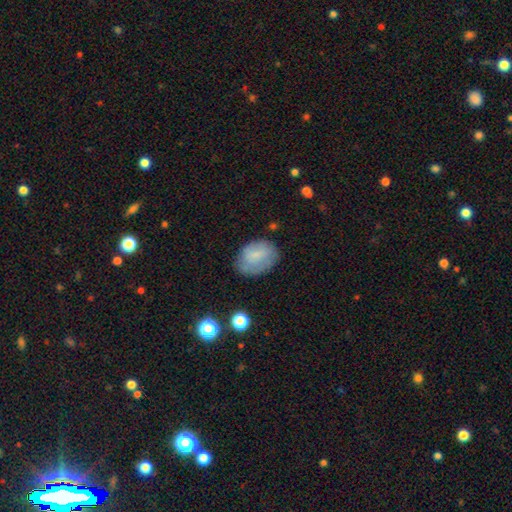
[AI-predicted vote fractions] This appears to be a smooth galaxy with no disk features (70%) that is in between round and cigar-shaped (74%). Merging: none (63%).